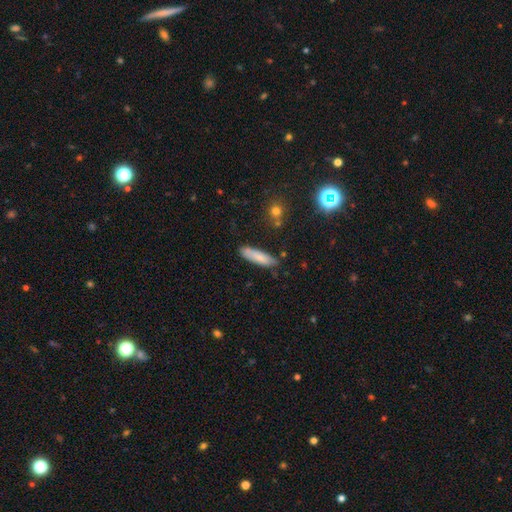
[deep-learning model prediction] The model was most divided on "how rounded": cigar-shaped: 67%, in between: 31%, round: 2%. More confident: smooth or featured — smooth (79%); merging — none (79%).